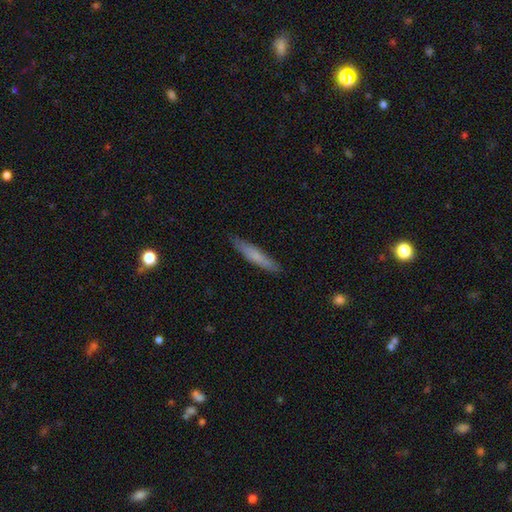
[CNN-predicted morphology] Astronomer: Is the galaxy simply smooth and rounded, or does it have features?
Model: smooth — 67%.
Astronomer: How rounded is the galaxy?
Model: cigar-shaped — 92%.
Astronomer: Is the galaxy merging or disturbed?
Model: none — 87%.